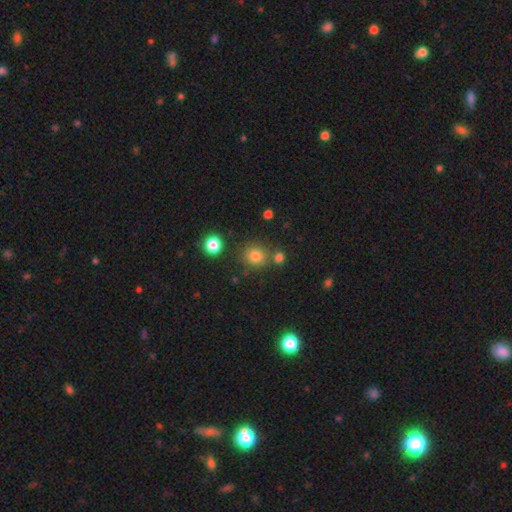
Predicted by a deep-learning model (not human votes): This appears to be a smooth galaxy with no disk features (80%) that is round (87%). Merging: none (77%).